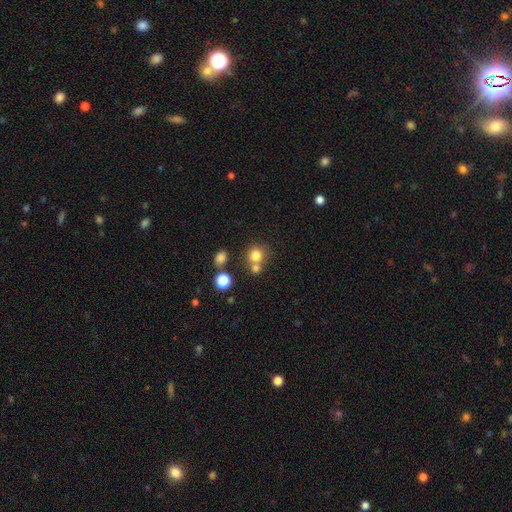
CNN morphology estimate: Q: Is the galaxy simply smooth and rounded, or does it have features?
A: smooth — 78%.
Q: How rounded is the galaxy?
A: round — 86%.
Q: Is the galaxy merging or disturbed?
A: none — 54%.